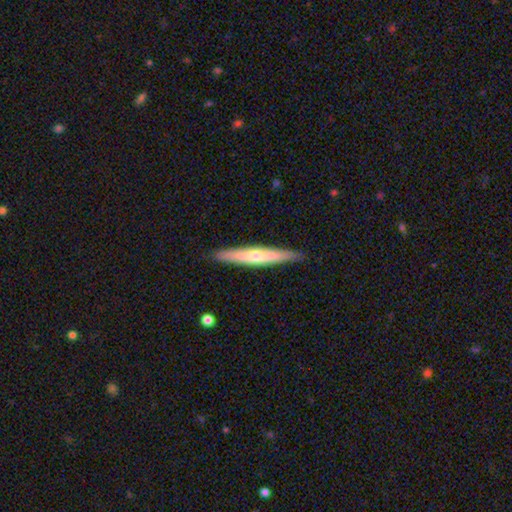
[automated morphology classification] A featured or disk galaxy (53%) viewed edge-on (94%).

Vote fractions:
- Smooth or featured? featured or disk: 53% / smooth: 42% / star or artifact: 5%
- Edge-on disk? yes: 94% / no: 6%
- Merging? none: 90% / minor disturbance: 8% / major disturbance: 1% / merger: 1%